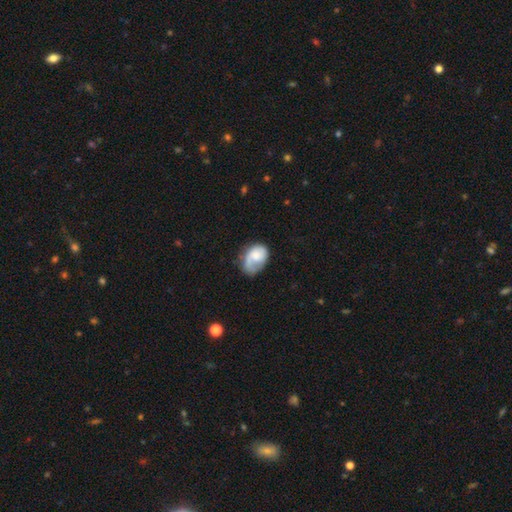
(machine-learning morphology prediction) smooth-or-featured: smooth: 53% | featured or disk: 41% | star or artifact: 6%
  how-rounded: in between: 77% | round: 22% | cigar-shaped: 1%
  merging: none: 40% | minor disturbance: 30% | major disturbance: 26% | merger: 3%